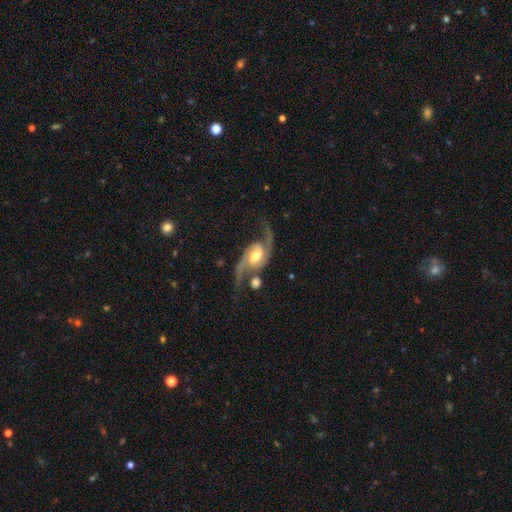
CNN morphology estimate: The model was most divided on "bar": weak: 43%, no: 38%, strong: 19%. More confident: spiral arms — yes (98%); edge-on disk — no (96%); spiral arm count — 2 (93%); smooth or featured — featured or disk (91%); bulge size — moderate (65%); merging — none (63%); spiral winding — loose (58%).